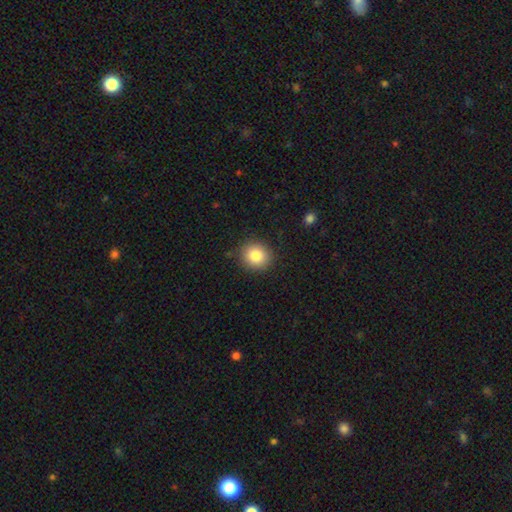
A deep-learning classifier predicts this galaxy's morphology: A smooth galaxy with no disk features (84%) that is round (83%).

Vote fractions:
- Smooth or featured? smooth: 84% / star or artifact: 10% / featured or disk: 7%
- How rounded? round: 83% / in between: 16% / cigar-shaped: 1%
- Merging? none: 89% / minor disturbance: 8% / major disturbance: 2% / merger: 1%